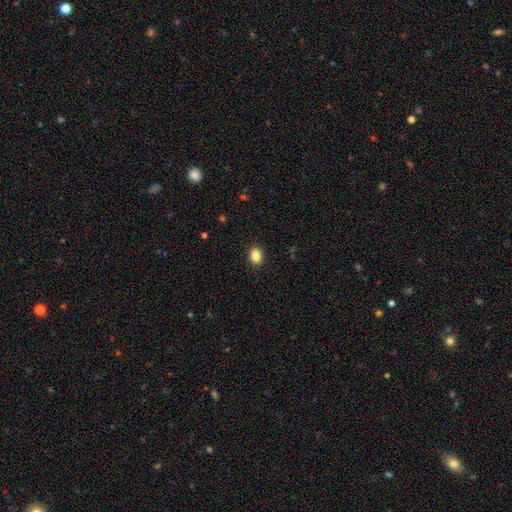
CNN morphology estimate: Overall: smooth (86%). How rounded: in between (62%; round 37%). Merging: none (90%).